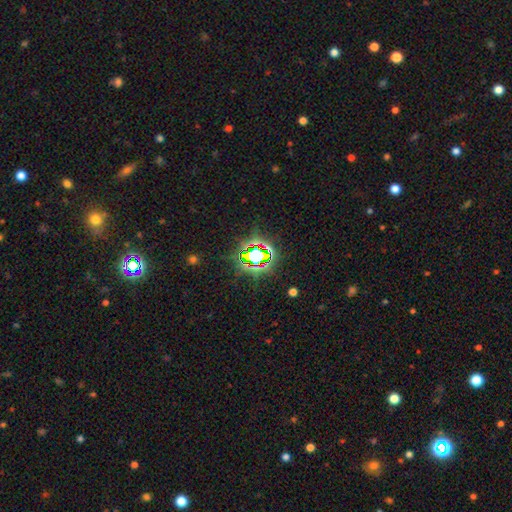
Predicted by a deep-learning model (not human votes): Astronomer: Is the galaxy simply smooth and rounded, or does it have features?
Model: star or artifact — 76%.